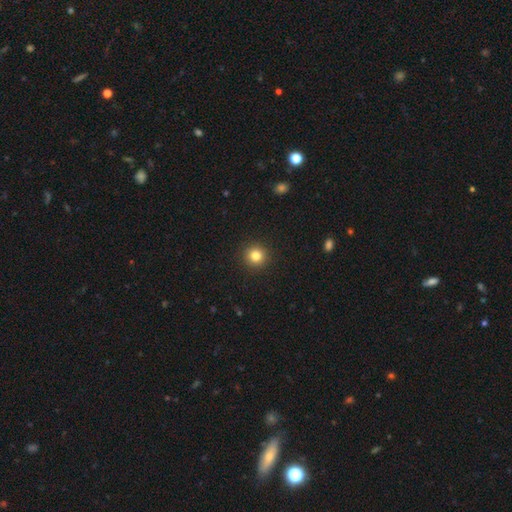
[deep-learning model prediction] Overall: smooth (82%). How rounded: round (95%). Merging: none (93%).